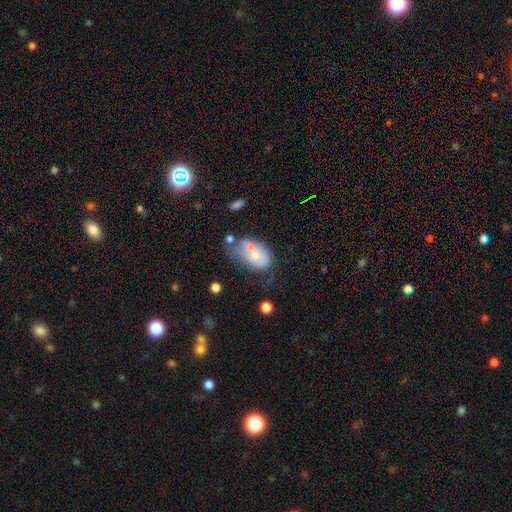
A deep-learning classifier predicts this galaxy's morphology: The model was most divided on "merging": merger: 37%, none: 24%, minor disturbance: 22%, major disturbance: 17%. More confident: how rounded — in between (85%); smooth or featured — smooth (58%).